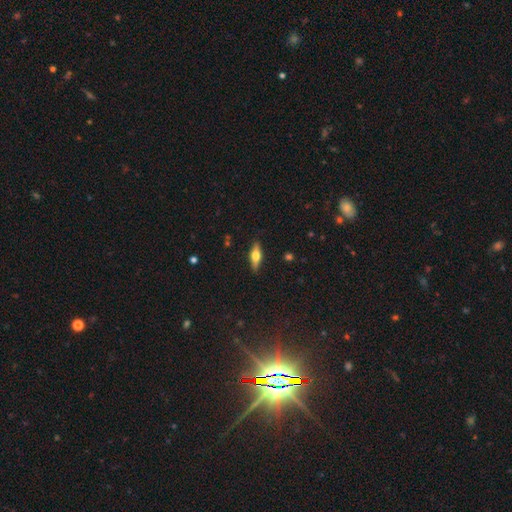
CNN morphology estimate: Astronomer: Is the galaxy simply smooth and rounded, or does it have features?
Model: smooth — 51% (runner-up: featured or disk, 42%).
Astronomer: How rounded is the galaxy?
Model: in between — 53% (runner-up: cigar-shaped, 44%).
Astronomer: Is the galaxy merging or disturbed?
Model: none — 87%.